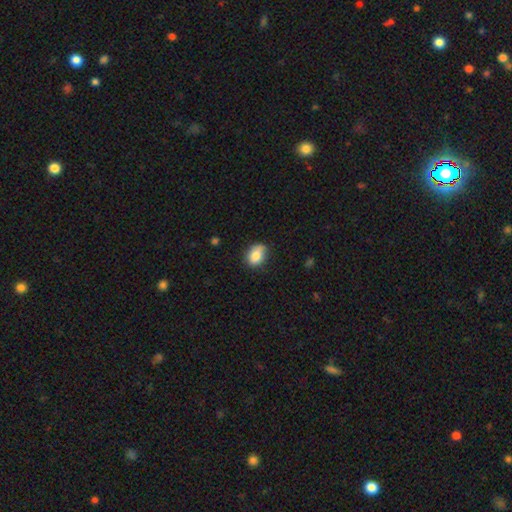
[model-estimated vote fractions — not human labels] This appears to be a smooth galaxy with no disk features (82%) that is in between round and cigar-shaped (68%). Merging: none (64%).